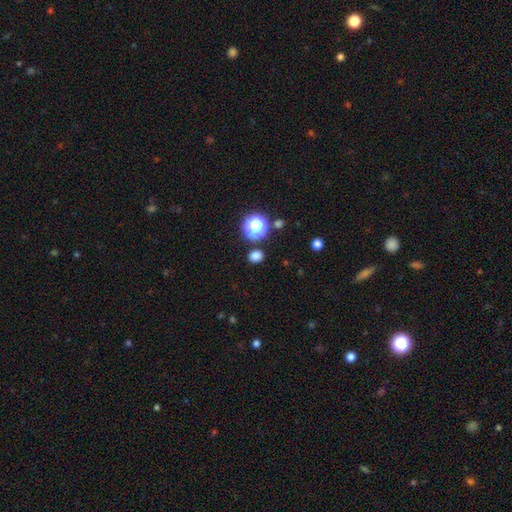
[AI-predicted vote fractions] Q: Smooth or featured?
A: smooth (76%); runner-up: star or artifact (20%)
Q: How rounded?
A: round (61%); runner-up: in between (38%)
Q: Merging?
A: none (84%); runner-up: minor disturbance (9%)